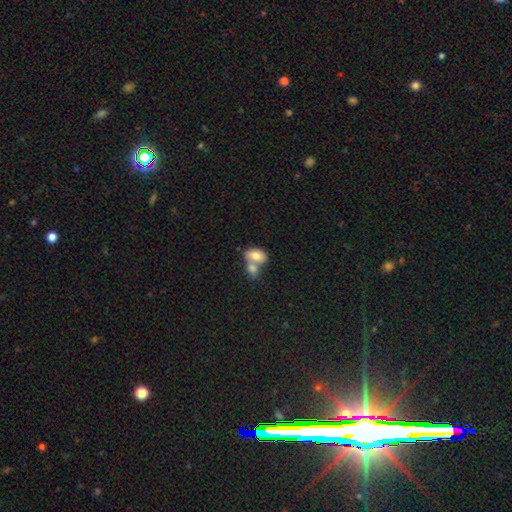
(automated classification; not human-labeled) Smooth or featured?
  - smooth: 78% *
  - featured or disk: 15%
  - star or artifact: 7%
How rounded?
  - in between: 87% *
  - round: 12%
  - cigar-shaped: 2%
Merging?
  - merger: 64% *
  - none: 25%
  - minor disturbance: 8%
  - major disturbance: 3%